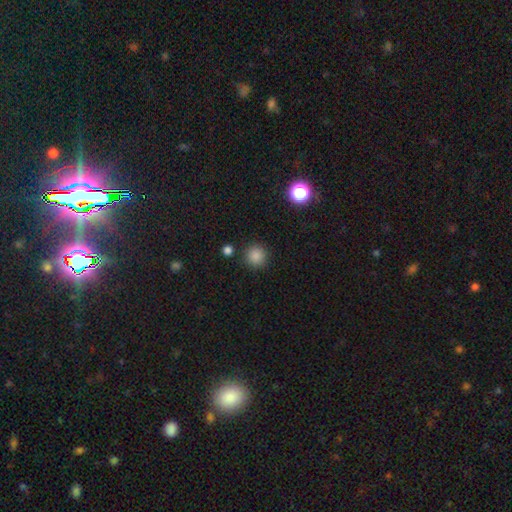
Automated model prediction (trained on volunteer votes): This is clearly a smooth galaxy (86%). How rounded: clearly round (94%). Merging: clearly none (88%).